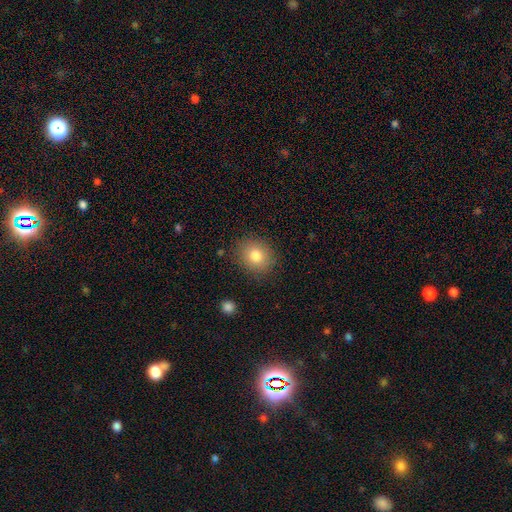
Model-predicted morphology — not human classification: Smooth or featured?
  - smooth: 80% *
  - star or artifact: 10%
  - featured or disk: 10%
How rounded?
  - round: 69% *
  - in between: 30%
  - cigar-shaped: 1%
Merging?
  - none: 86% *
  - minor disturbance: 9%
  - major disturbance: 3%
  - merger: 1%